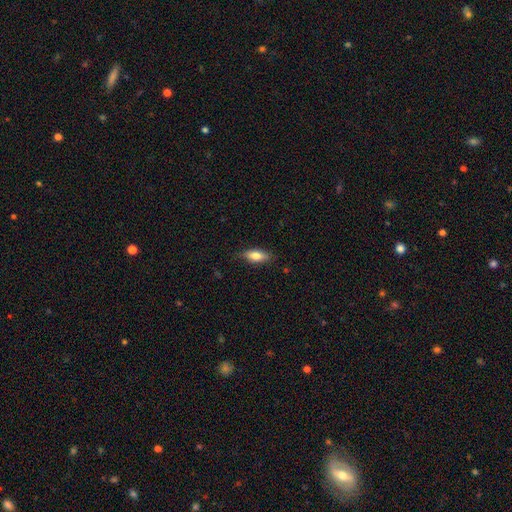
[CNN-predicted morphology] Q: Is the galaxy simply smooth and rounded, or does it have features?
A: smooth — 76%.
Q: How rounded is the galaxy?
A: in between — 75%.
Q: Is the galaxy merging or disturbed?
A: none — 80%.